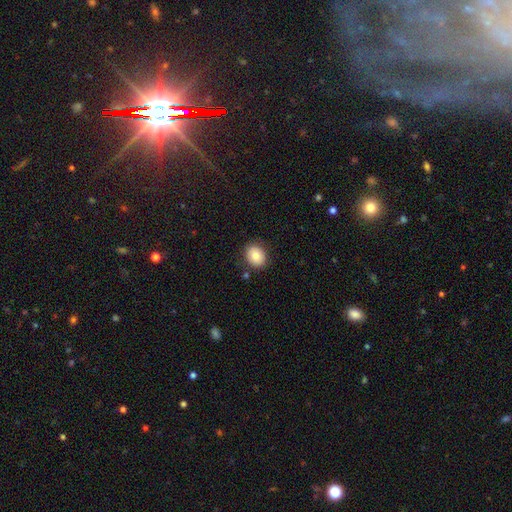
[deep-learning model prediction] Overall: smooth (83%). How rounded: round (60%; in between 39%). Merging: none (85%).